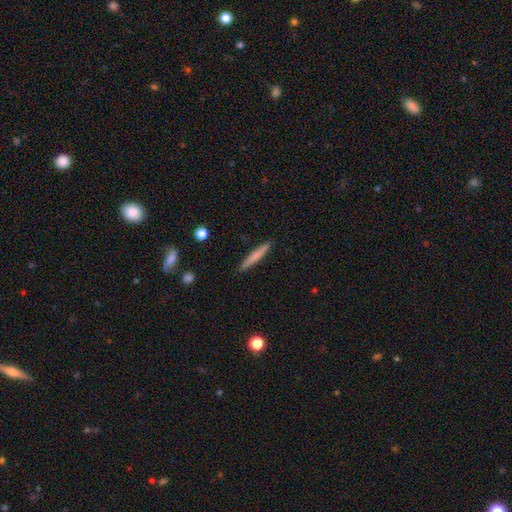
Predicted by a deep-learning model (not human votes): Smooth or featured? smooth (69%)
How rounded? cigar-shaped (95%)
Merging? none (90%)